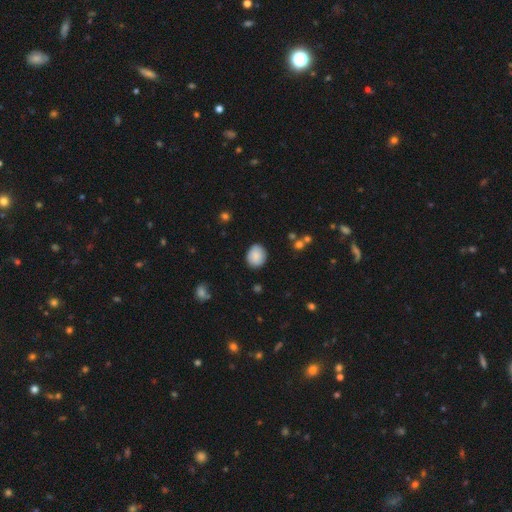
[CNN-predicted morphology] type=smooth (87%); roundness=round (58%); merging=none (86%).